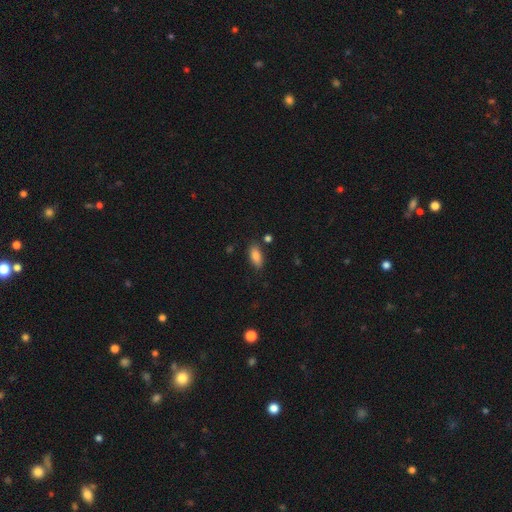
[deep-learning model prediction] smooth 84%, featured or disk 8%, star or artifact 8%. Down the decision tree: how rounded — in between (86%); merging — none (80%).